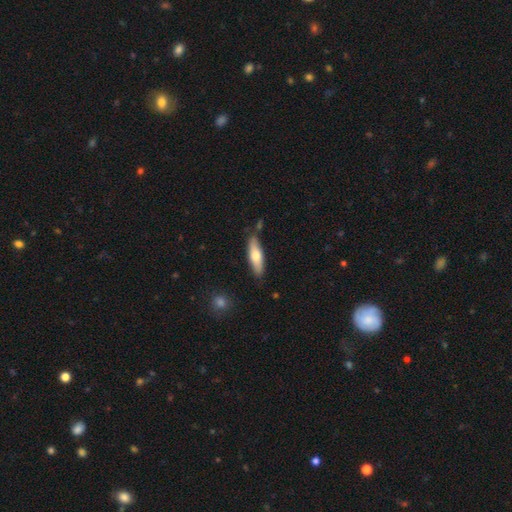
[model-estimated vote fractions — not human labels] Morphology: type=smooth (66%); roundness=cigar-shaped (55%); merging=none (79%).